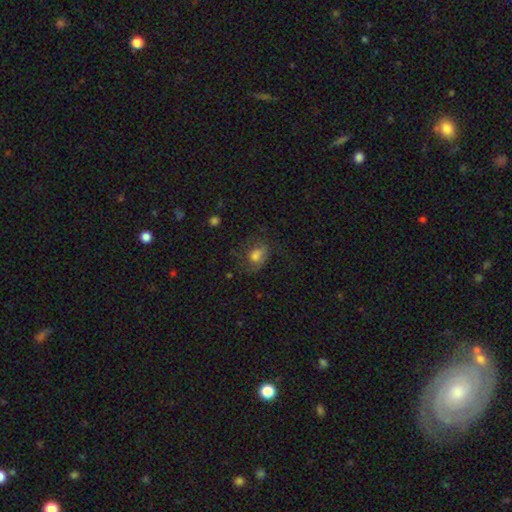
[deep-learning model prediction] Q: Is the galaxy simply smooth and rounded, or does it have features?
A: smooth — 62%.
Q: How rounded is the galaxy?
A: in between — 61%.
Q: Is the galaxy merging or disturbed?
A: none — 44%.